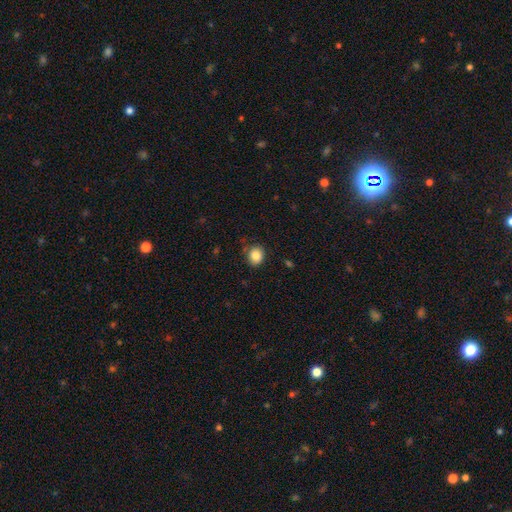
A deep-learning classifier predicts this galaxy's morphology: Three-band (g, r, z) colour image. It shows a smooth galaxy with no disk features (85%) that is round (73%). Merging: none (83%).